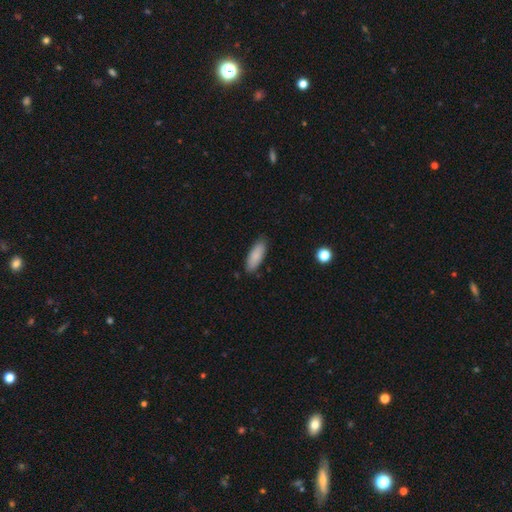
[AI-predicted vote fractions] This is clearly a smooth galaxy (85%). How rounded: likely in between (70%). Merging: clearly none (86%).